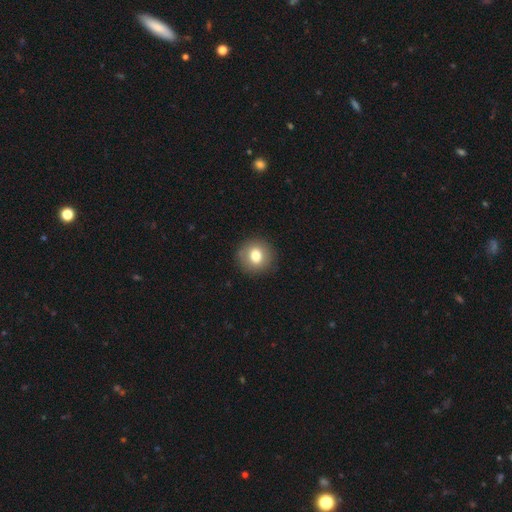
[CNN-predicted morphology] smooth_or_featured: smooth (p=0.77) [alt: featured or disk p=0.14]
how_rounded: round (p=0.87) [alt: in between p=0.12]
merging: none (p=0.90) [alt: minor disturbance p=0.07]